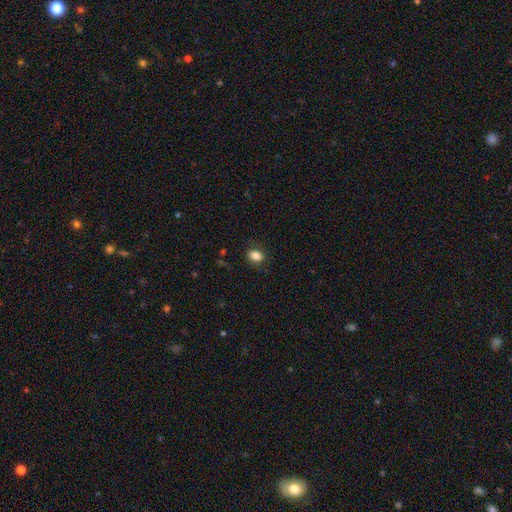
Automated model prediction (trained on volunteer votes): A smooth galaxy with no disk features (84%) that is in between round and cigar-shaped (75%).

Vote fractions:
- Smooth or featured? smooth: 84% / star or artifact: 10% / featured or disk: 6%
- How rounded? in between: 75% / round: 24% / cigar-shaped: 2%
- Merging? none: 84% / minor disturbance: 11% / major disturbance: 3% / merger: 1%